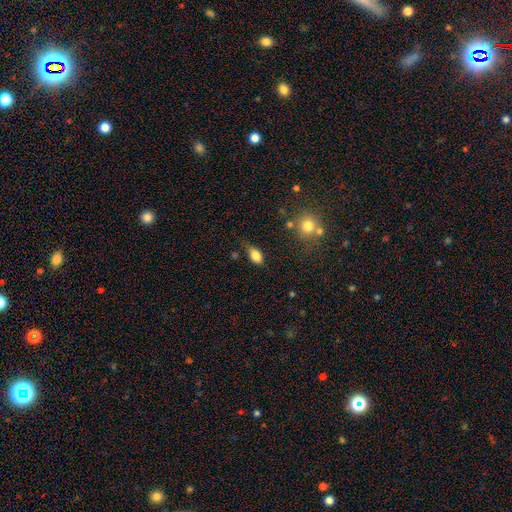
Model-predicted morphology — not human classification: A smooth galaxy with no disk features (83%) that is in between round and cigar-shaped (88%).

Vote fractions:
- Smooth or featured? smooth: 83% / star or artifact: 9% / featured or disk: 8%
- How rounded? in between: 88% / round: 9% / cigar-shaped: 3%
- Merging? none: 64% / minor disturbance: 26% / major disturbance: 7% / merger: 3%